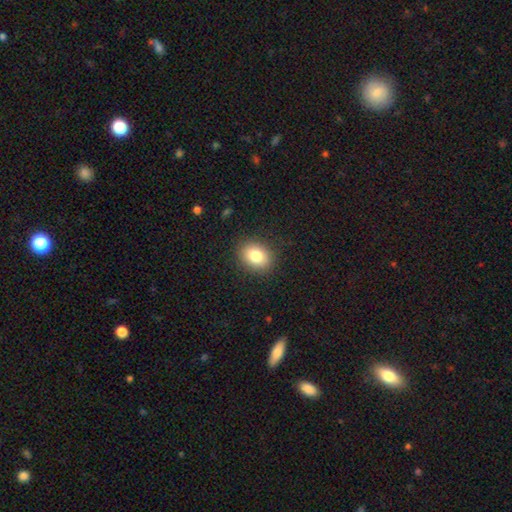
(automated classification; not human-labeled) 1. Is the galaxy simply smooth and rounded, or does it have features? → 82% smooth, 10% star or artifact, 9% featured or disk.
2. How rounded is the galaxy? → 51% in between, 48% round, 1% cigar-shaped.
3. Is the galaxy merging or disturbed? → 88% none, 8% minor disturbance, 3% major disturbance, 1% merger.